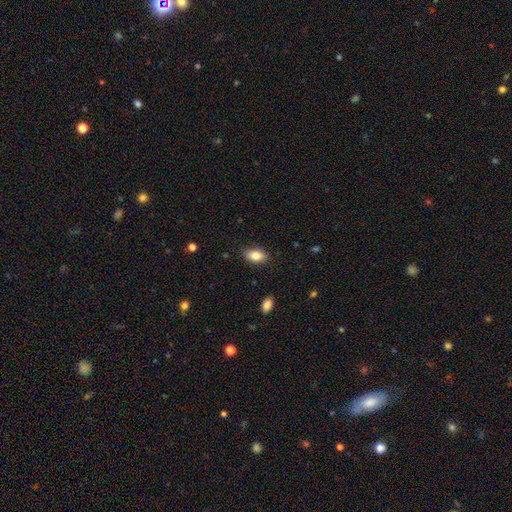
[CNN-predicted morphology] smooth-or-featured: smooth: 82% | featured or disk: 10% | star or artifact: 8%
  how-rounded: in between: 90% | round: 7% | cigar-shaped: 3%
  merging: none: 84% | minor disturbance: 12% | major disturbance: 2% | merger: 1%